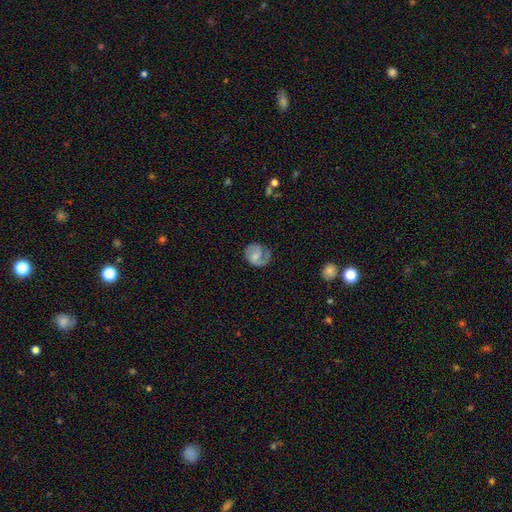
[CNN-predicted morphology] Q: Smooth or featured?
A: featured or disk (62%); runner-up: smooth (32%)
Q: Edge-on disk?
A: no (98%); runner-up: yes (2%)
Q: Bar?
A: no (63%); runner-up: weak (31%)
Q: Spiral arms?
A: yes (88%); runner-up: no (12%)
Q: Spiral winding?
A: medium (41%); runner-up: tight (39%)
Q: Spiral arm count?
A: 2 (44%); runner-up: 1 (41%)
Q: Bulge size?
A: small (52%); runner-up: moderate (34%)
Q: Merging?
A: none (57%); runner-up: minor disturbance (24%)